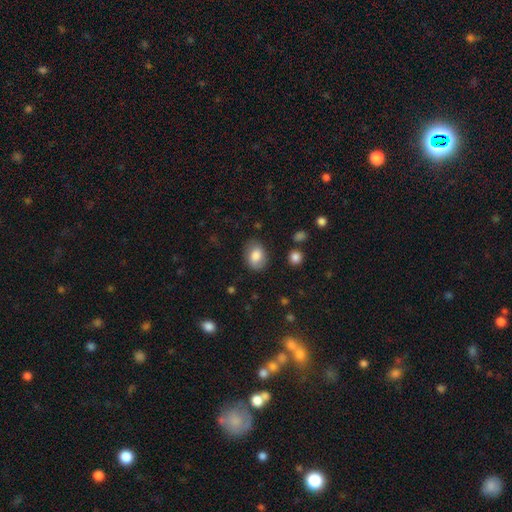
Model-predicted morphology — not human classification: Q: Smooth or featured?
A: smooth (79%); runner-up: featured or disk (13%)
Q: How rounded?
A: in between (72%); runner-up: round (27%)
Q: Merging?
A: none (78%); runner-up: minor disturbance (15%)